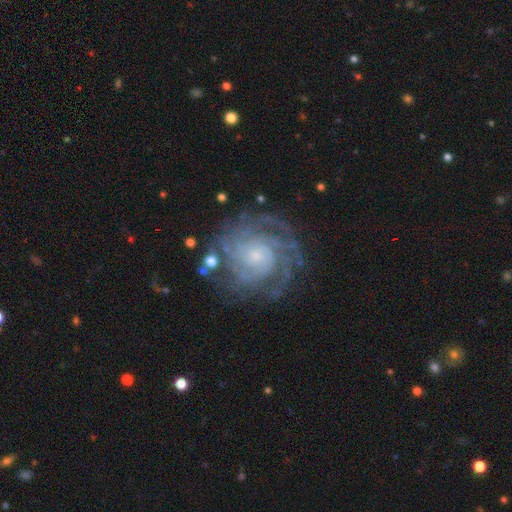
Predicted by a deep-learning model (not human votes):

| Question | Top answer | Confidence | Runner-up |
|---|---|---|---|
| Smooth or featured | featured or disk | 84% | smooth (9%) |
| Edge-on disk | no | 98% | yes (2%) |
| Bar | no | 77% | weak (19%) |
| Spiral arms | yes | 96% | no (4%) |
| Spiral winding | tight | 71% | medium (24%) |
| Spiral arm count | can't tell | 31% | 4 (22%) |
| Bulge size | small | 69% | moderate (21%) |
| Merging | none | 75% | minor disturbance (14%) |